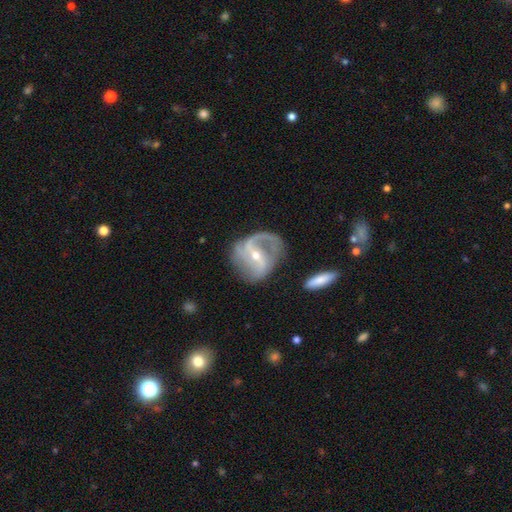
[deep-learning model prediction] This is clearly a featured or disk galaxy (88%). It is clearly not viewed edge-on (97%). Bar: marginally strong (42%). Spiral arm pattern: clearly yes (96%). Spiral arm count: likely 2 (72%). Spiral winding: possibly medium (46%). Central bulge: possibly small (57%). Merging: likely none (60%).